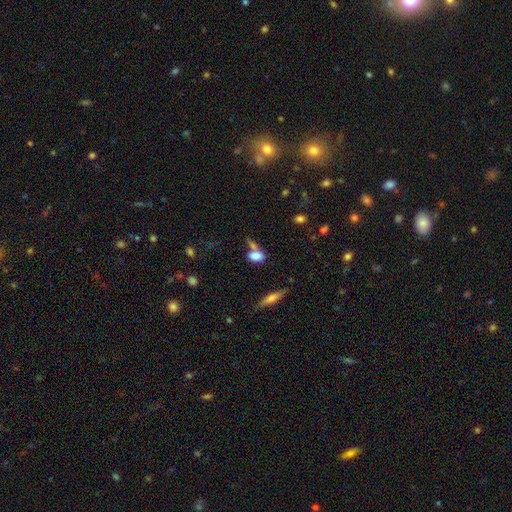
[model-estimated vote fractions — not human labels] This is likely a smooth galaxy (77%). How rounded: clearly in between (80%). Merging: marginally none (39%).